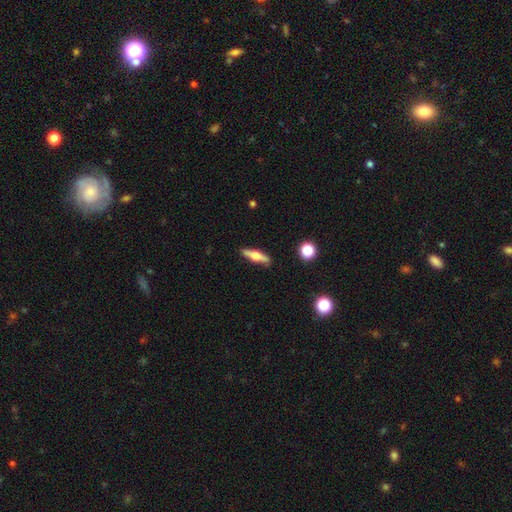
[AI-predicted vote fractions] This is possibly a featured or disk galaxy (52%). It is clearly viewed edge-on (94%). Merging: clearly none (86%).